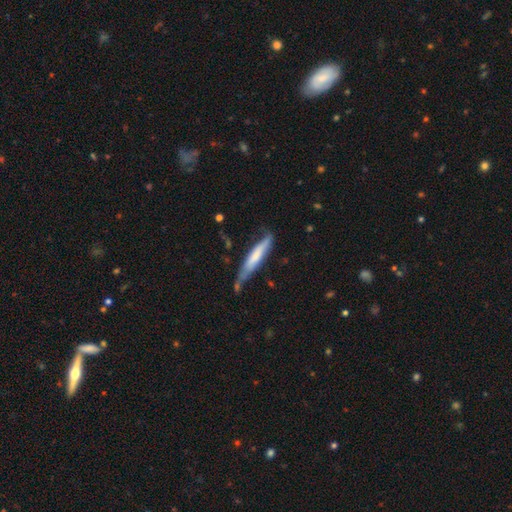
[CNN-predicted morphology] Smooth or featured?
  - smooth: 56% *
  - featured or disk: 39%
  - star or artifact: 6%
How rounded?
  - cigar-shaped: 89% *
  - in between: 9%
  - round: 1%
Merging?
  - none: 52% *
  - minor disturbance: 32%
  - major disturbance: 10%
  - merger: 7%